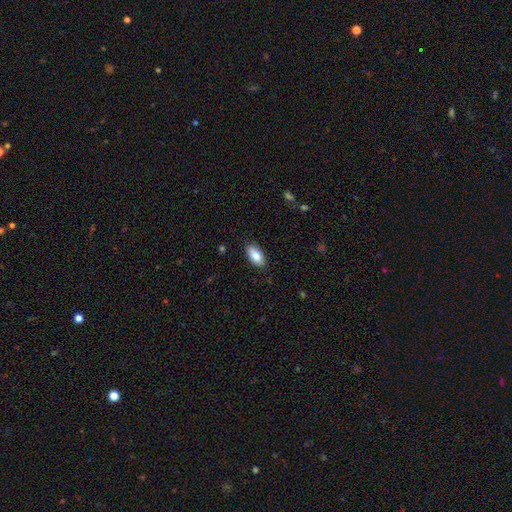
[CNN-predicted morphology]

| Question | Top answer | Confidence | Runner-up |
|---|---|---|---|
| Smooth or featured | smooth | 84% | featured or disk (9%) |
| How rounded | in between | 93% | cigar-shaped (4%) |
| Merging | none | 88% | minor disturbance (9%) |